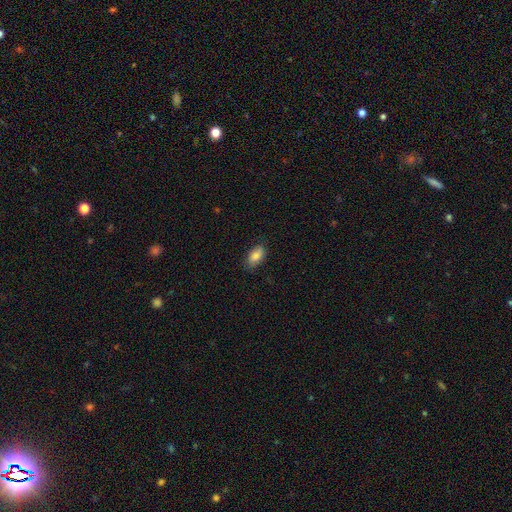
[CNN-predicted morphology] smooth 81%, featured or disk 12%, star or artifact 7%. Down the decision tree: how rounded — in between (92%); merging — none (79%).